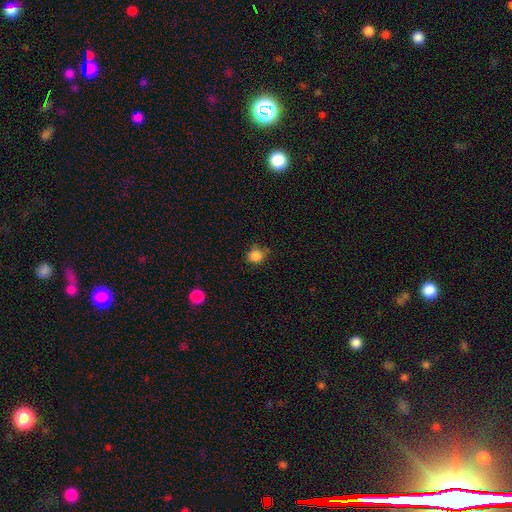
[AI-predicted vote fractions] Smooth or featured? Predicted: smooth (p=0.84). How rounded? Predicted: round (p=0.81). Merging? Predicted: none (p=0.69).